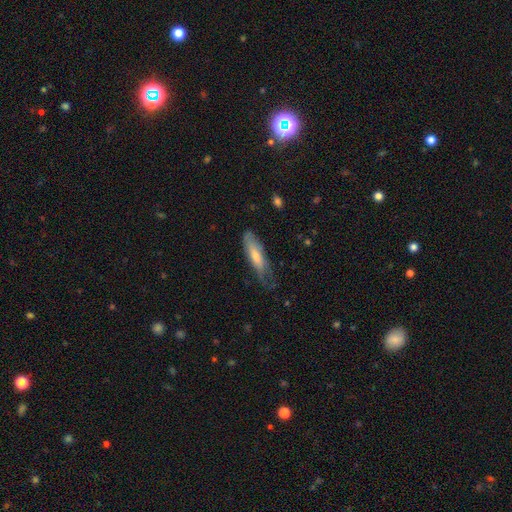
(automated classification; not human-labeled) This is possibly a smooth galaxy (56%). How rounded: likely cigar-shaped (62%). Merging: possibly none (52%).